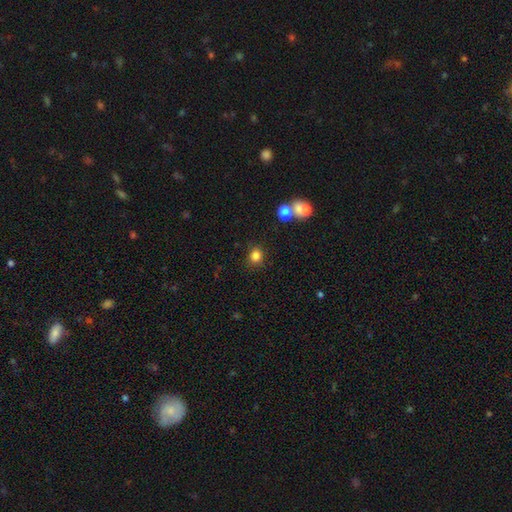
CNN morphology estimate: smooth 83%, star or artifact 12%, featured or disk 5%. Down the decision tree: how rounded — round (76%); merging — none (84%).